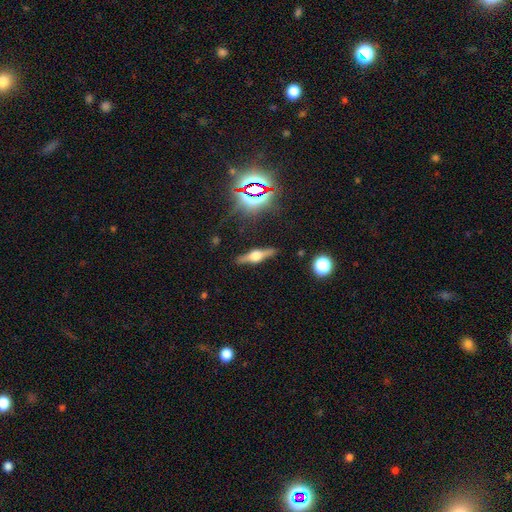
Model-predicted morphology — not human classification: Overall: featured or disk (69%). Edge-on disk: yes (96%). Edge-on bulge: rounded (92%). Merging: none (88%).